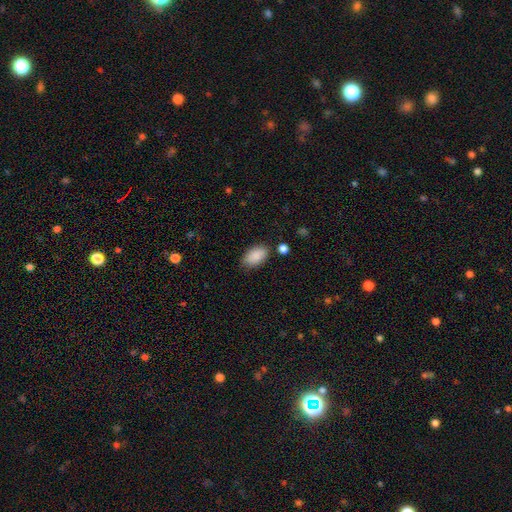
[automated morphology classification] Smooth or featured: smooth — 89% (star or artifact — 7%)
How rounded: in between — 93% (round — 5%)
Merging: none — 79% (minor disturbance — 15%)